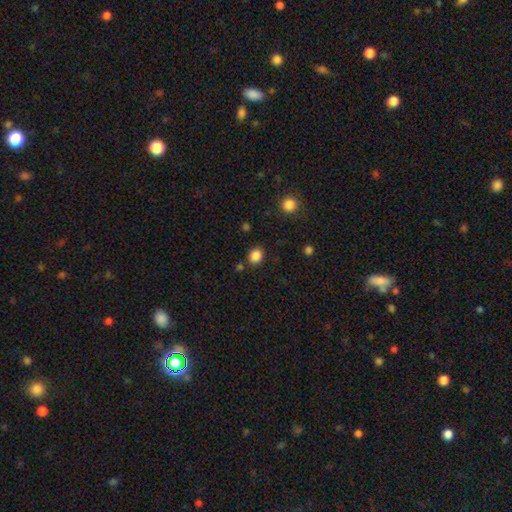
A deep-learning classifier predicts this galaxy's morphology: The model was most divided on "how rounded": round: 62%, in between: 37%, cigar-shaped: 1%. More confident: smooth or featured — smooth (86%); merging — none (83%).